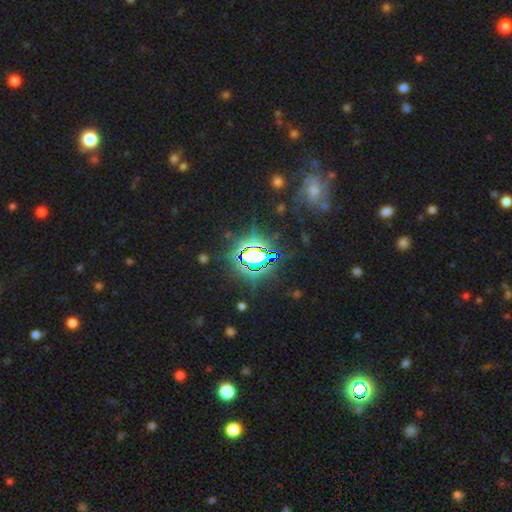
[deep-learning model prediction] A star or artifact, not a galaxy (75%).

Vote fractions:
- Smooth or featured? star or artifact: 75% / smooth: 14% / featured or disk: 11%